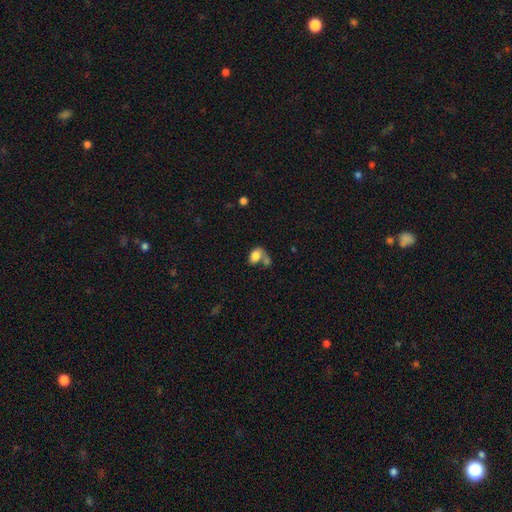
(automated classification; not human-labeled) A smooth galaxy with no disk features (77%) that is in between round and cigar-shaped (82%).

Vote fractions:
- Smooth or featured? smooth: 77% / featured or disk: 14% / star or artifact: 9%
- How rounded? in between: 82% / round: 17% / cigar-shaped: 2%
- Merging? merger: 46% / none: 28% / minor disturbance: 14% / major disturbance: 13%